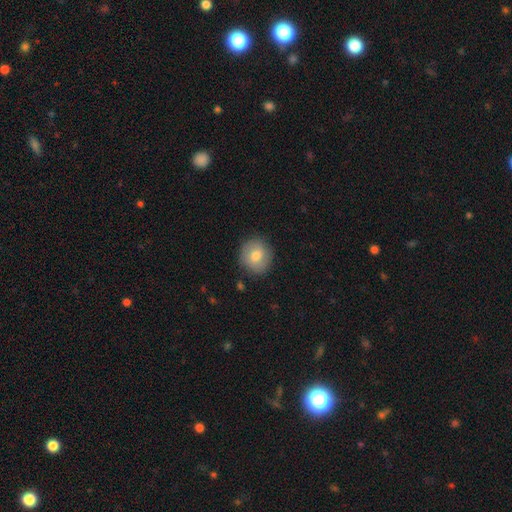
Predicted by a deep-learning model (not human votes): A smooth galaxy with no disk features (73%) that is round (87%).

Vote fractions:
- Smooth or featured? smooth: 73% / featured or disk: 19% / star or artifact: 8%
- How rounded? round: 87% / in between: 12% / cigar-shaped: 1%
- Merging? none: 86% / minor disturbance: 10% / major disturbance: 3% / merger: 1%